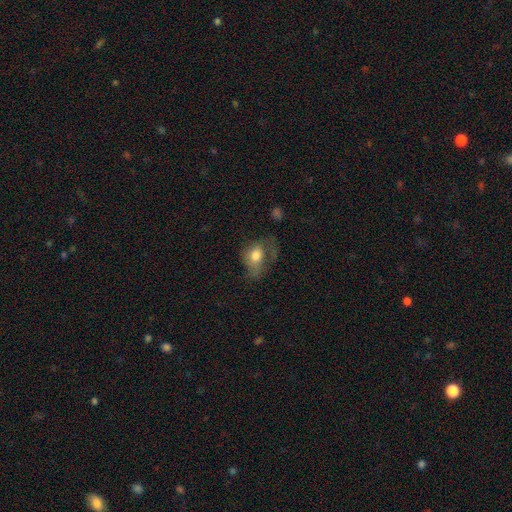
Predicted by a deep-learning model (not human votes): Overall: smooth (66%). How rounded: in between (66%; round 32%). Merging: major disturbance (44%; none 27%).